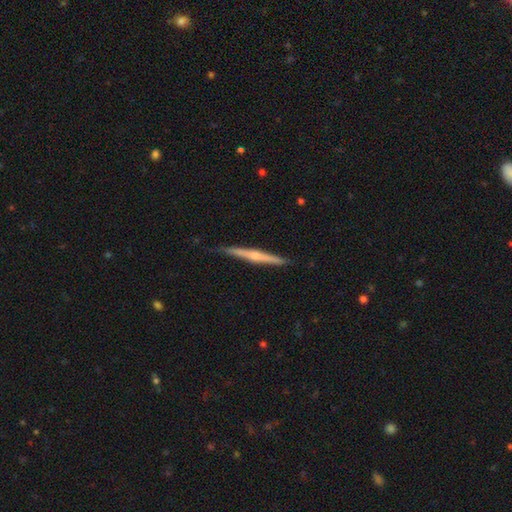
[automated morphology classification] Overall: featured or disk (66%; smooth 29%). Edge-on disk: yes (98%). Edge-on bulge: rounded (68%). Merging: none (85%).